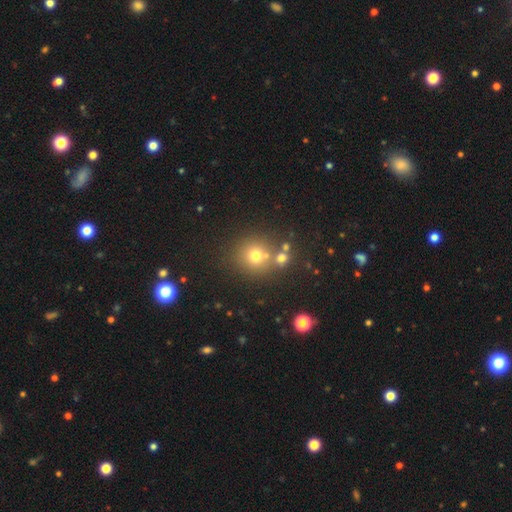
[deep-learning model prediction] A smooth galaxy with no disk features (70%) that is round (90%).

Vote fractions:
- Smooth or featured? smooth: 70% / star or artifact: 19% / featured or disk: 11%
- How rounded? round: 90% / in between: 9% / cigar-shaped: 1%
- Merging? none: 68% / merger: 20% / minor disturbance: 8% / major disturbance: 4%